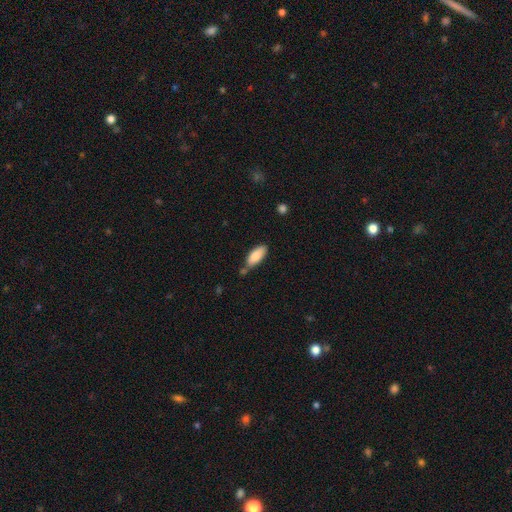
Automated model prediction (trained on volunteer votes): A smooth galaxy with no disk features (86%) that is in between round and cigar-shaped (81%). Merging: none (62%).